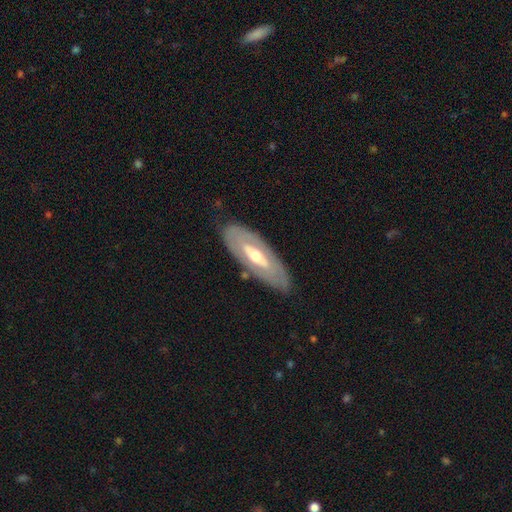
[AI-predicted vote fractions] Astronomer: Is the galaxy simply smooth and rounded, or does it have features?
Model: featured or disk — 68%.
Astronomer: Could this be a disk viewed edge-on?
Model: no — 76%.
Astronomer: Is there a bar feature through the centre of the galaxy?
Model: no — 44% (runner-up: weak, 35%).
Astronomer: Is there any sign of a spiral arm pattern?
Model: no — 52% (runner-up: yes, 48%).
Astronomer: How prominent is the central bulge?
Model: moderate — 64%.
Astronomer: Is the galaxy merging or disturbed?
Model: none — 83%.